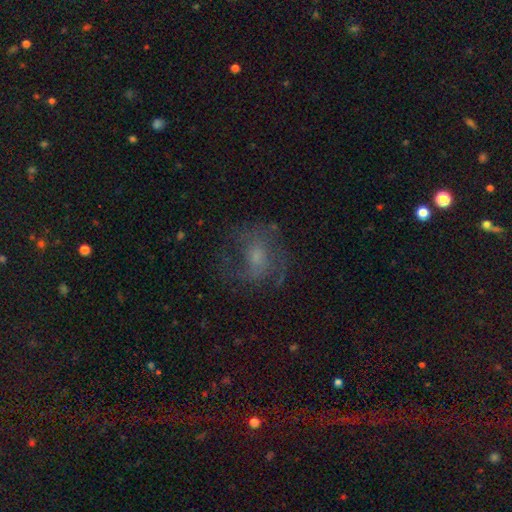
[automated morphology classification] Q: Smooth or featured?
A: featured or disk (54%); runner-up: smooth (27%)
Q: Edge-on disk?
A: no (97%); runner-up: yes (3%)
Q: Bar?
A: no (60%); runner-up: weak (33%)
Q: Spiral arms?
A: yes (75%); runner-up: no (25%)
Q: Bulge size?
A: moderate (39%); runner-up: small (37%)
Q: Merging?
A: none (61%); runner-up: major disturbance (19%)